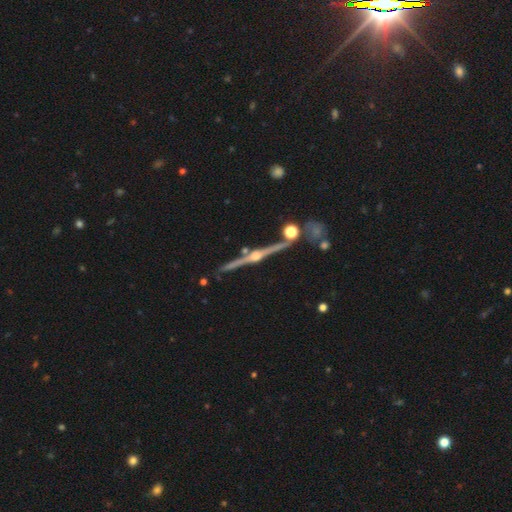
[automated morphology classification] Overall: featured or disk (86%). Edge-on disk: yes (96%). Edge-on bulge: rounded (92%). Merging: none (76%).